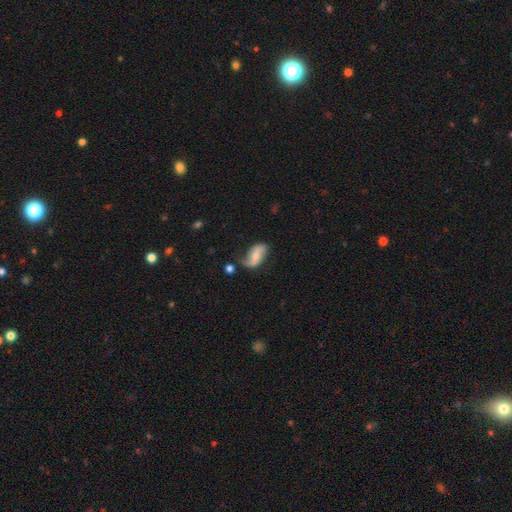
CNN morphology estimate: featured or disk 60%, smooth 33%, star or artifact 7%. Down the decision tree: edge-on disk — no (94%); bar — no (46%); spiral arms — yes (85%); bulge size — moderate (51%); merging — none (59%).